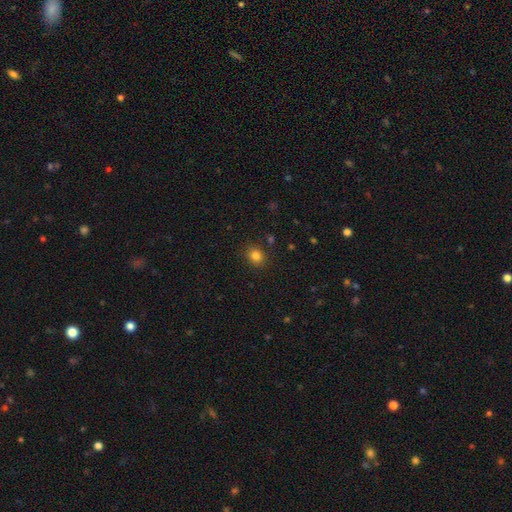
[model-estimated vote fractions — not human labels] This is clearly a smooth galaxy (83%). How rounded: likely round (72%). Merging: clearly none (87%).